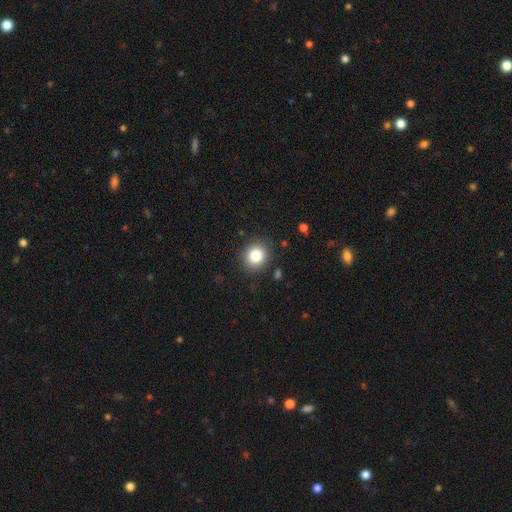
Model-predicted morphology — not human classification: smooth_or_featured: smooth (p=0.82) [alt: star or artifact p=0.11]
how_rounded: round (p=0.83) [alt: in between p=0.16]
merging: none (p=0.88) [alt: minor disturbance p=0.08]